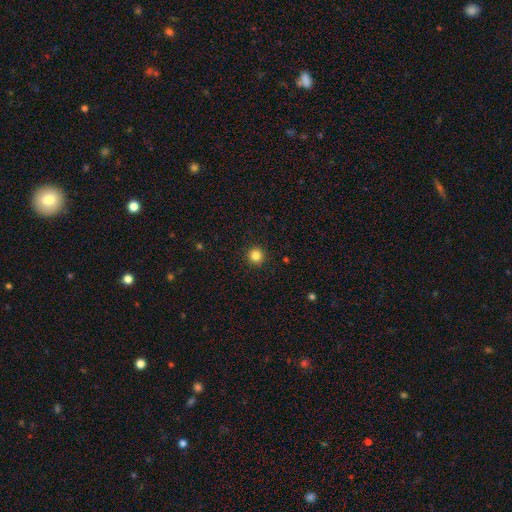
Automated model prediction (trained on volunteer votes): Smooth or featured?
  - smooth: 84% *
  - star or artifact: 12%
  - featured or disk: 4%
How rounded?
  - round: 95% *
  - in between: 4%
  - cigar-shaped: 1%
Merging?
  - none: 93% *
  - minor disturbance: 5%
  - major disturbance: 2%
  - merger: 1%